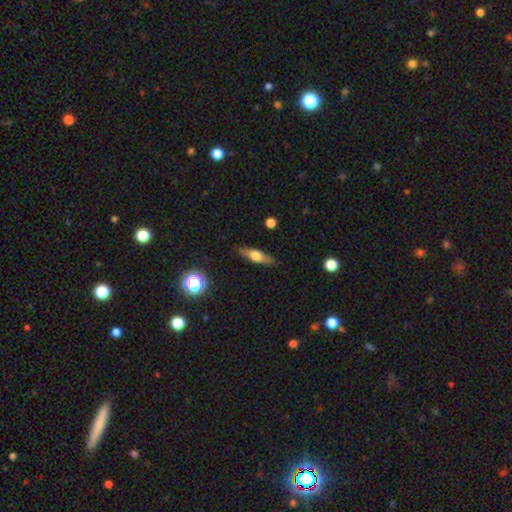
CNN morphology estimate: Overall: featured or disk (47%; smooth 45%). Merging: none (85%).